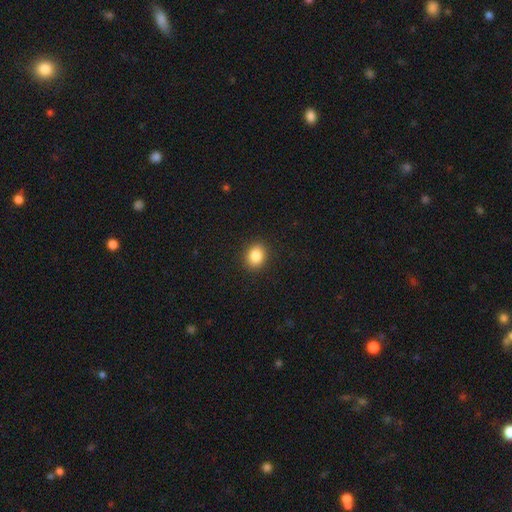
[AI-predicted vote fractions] smooth-or-featured: smooth: 85% | star or artifact: 9% | featured or disk: 5%
  how-rounded: round: 57% | in between: 42% | cigar-shaped: 1%
  merging: none: 90% | minor disturbance: 7% | major disturbance: 2% | merger: 1%